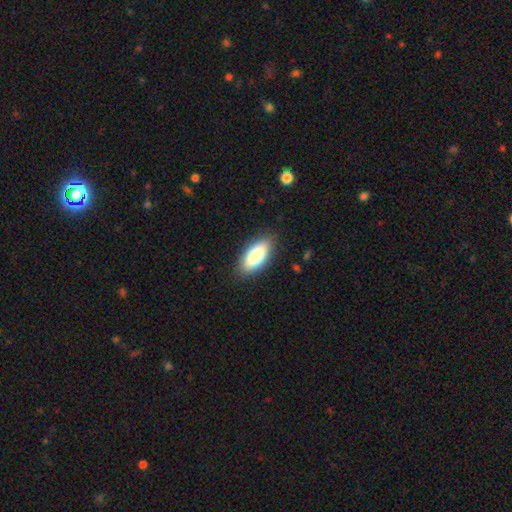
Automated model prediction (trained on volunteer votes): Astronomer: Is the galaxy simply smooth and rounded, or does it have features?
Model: smooth — 81%.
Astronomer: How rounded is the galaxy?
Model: in between — 87%.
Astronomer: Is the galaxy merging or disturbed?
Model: none — 86%.